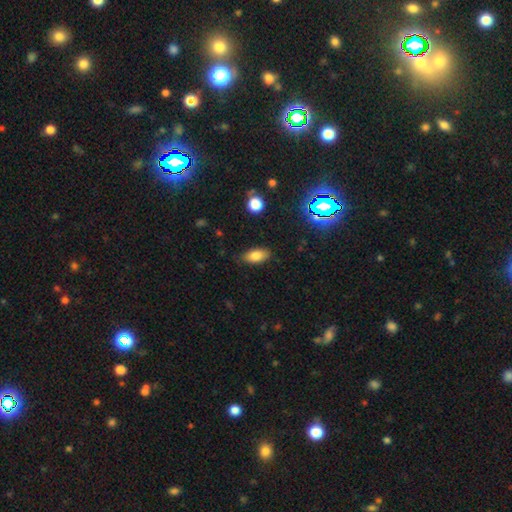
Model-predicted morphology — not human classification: Smooth or featured?
  - smooth: 79% *
  - star or artifact: 11%
  - featured or disk: 10%
How rounded?
  - in between: 88% *
  - cigar-shaped: 7%
  - round: 5%
Merging?
  - none: 84% *
  - minor disturbance: 12%
  - major disturbance: 3%
  - merger: 1%